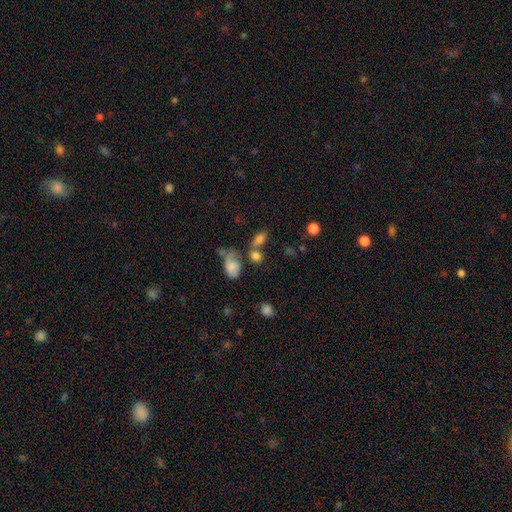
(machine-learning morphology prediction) Overall: smooth (75%). How rounded: in between (67%; round 29%). Merging: none (42%; merger 34%).